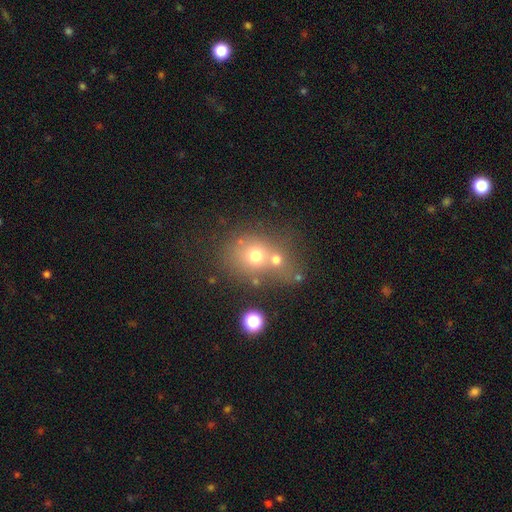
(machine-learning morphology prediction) A smooth galaxy with no disk features (65%) that is round (75%).

Vote fractions:
- Smooth or featured? smooth: 65% / featured or disk: 18% / star or artifact: 17%
- How rounded? round: 75% / in between: 24% / cigar-shaped: 1%
- Merging? merger: 45% / none: 40% / minor disturbance: 9% / major disturbance: 5%